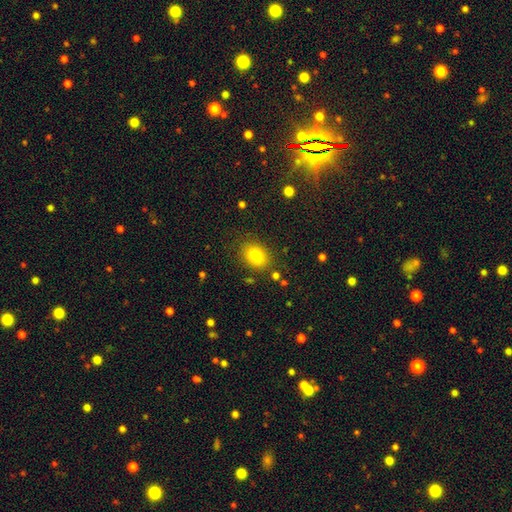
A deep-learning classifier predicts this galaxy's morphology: Overall: smooth (81%). How rounded: in between (67%; round 32%). Merging: none (83%).